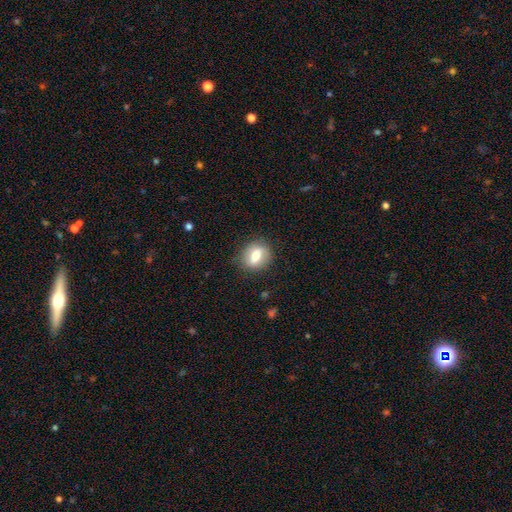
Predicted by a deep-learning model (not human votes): The model was most divided on "how rounded": in between: 49%, round: 48%, cigar-shaped: 3%. More confident: merging — none (81%); smooth or featured — smooth (70%).